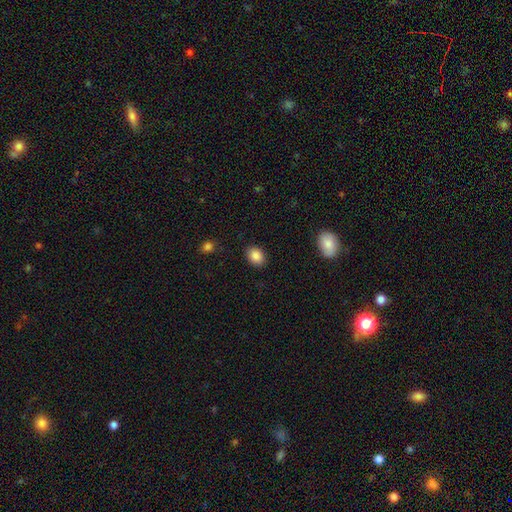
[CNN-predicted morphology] type=smooth (87%); roundness=in between (70%); merging=none (87%).